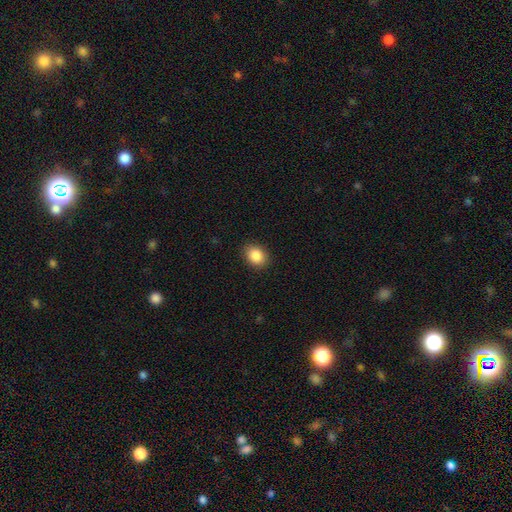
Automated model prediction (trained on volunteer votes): Smooth or featured? Predicted: smooth (p=0.87). How rounded? Predicted: in between (p=0.58). Merging? Predicted: none (p=0.89).